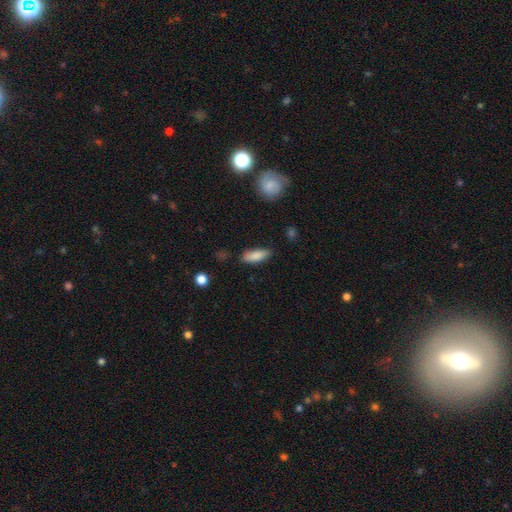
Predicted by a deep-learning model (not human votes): This is clearly a smooth galaxy (84%). How rounded: likely in between (65%). Merging: likely none (77%).